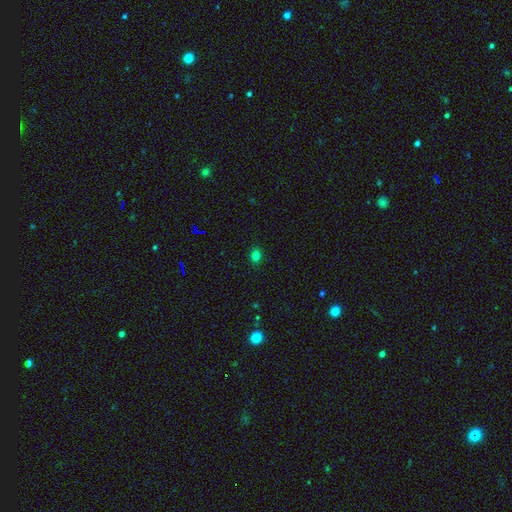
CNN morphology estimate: smooth_or_featured: smooth (p=0.77) [alt: star or artifact p=0.18]
how_rounded: round (p=0.52) [alt: in between p=0.47]
merging: none (p=0.88) [alt: minor disturbance p=0.08]